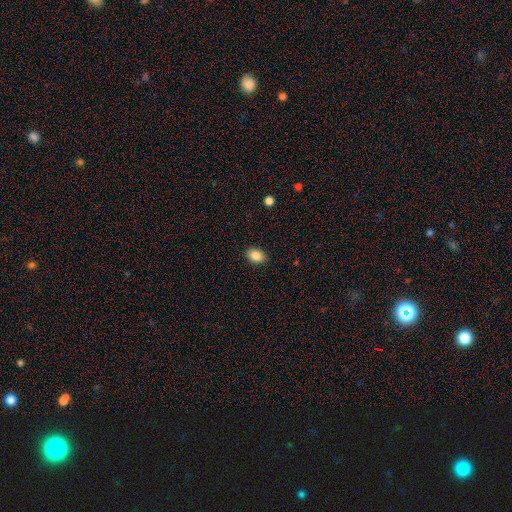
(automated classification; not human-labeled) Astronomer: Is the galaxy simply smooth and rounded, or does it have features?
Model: smooth — 87%.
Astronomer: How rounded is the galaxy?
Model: in between — 79%.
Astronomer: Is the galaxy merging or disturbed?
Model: none — 89%.